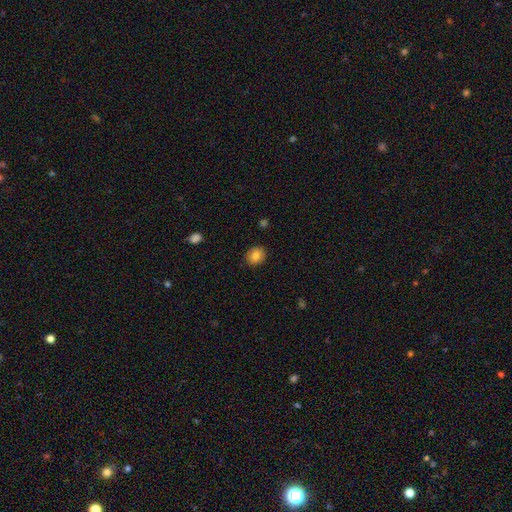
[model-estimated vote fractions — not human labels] smooth-or-featured: smooth: 83% | star or artifact: 9% | featured or disk: 7%
  how-rounded: round: 73% | in between: 26% | cigar-shaped: 1%
  merging: none: 89% | minor disturbance: 8% | major disturbance: 2% | merger: 1%